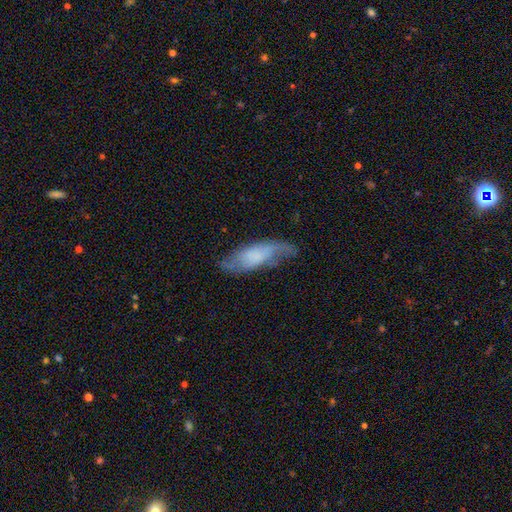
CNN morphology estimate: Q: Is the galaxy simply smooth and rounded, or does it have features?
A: featured or disk — 53%.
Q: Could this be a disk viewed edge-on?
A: no — 81%.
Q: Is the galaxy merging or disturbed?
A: none — 59%.